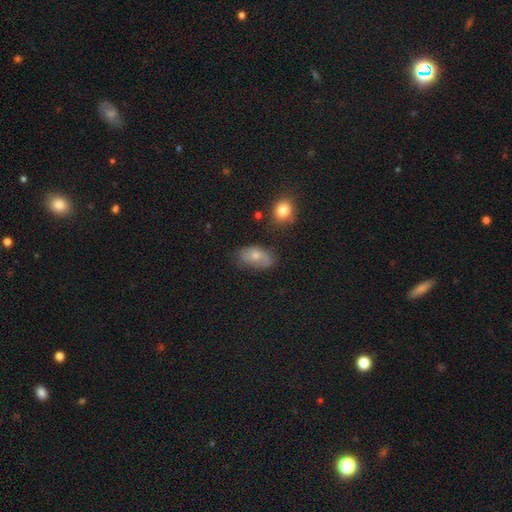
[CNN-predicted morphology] Q: Smooth or featured?
A: smooth (59%); runner-up: featured or disk (30%)
Q: How rounded?
A: in between (89%); runner-up: round (9%)
Q: Merging?
A: none (54%); runner-up: minor disturbance (30%)